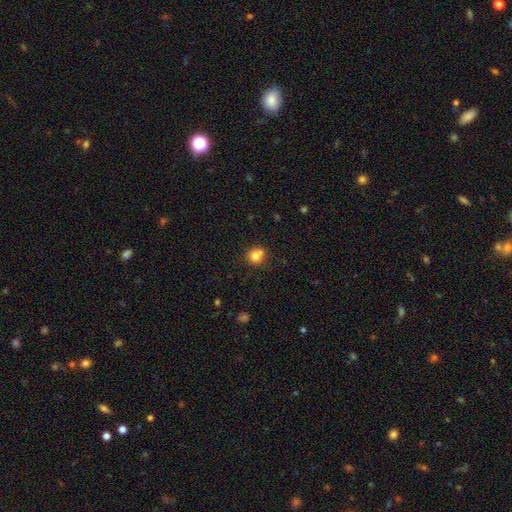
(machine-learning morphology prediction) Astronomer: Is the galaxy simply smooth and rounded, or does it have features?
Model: smooth — 78%.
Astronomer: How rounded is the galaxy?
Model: round — 87%.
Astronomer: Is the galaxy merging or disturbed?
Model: none — 56%.